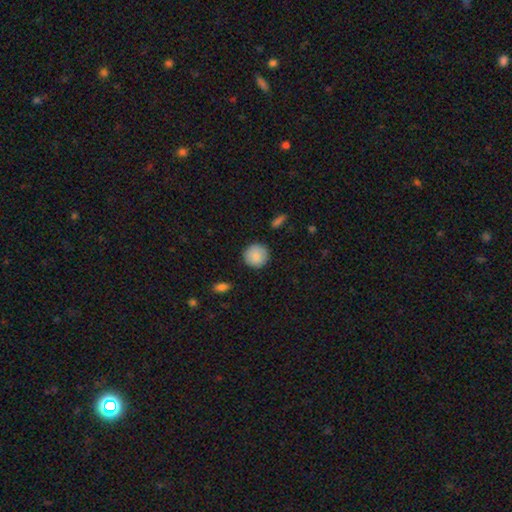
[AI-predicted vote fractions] Morphology: type=smooth (88%); roundness=round (94%); merging=none (89%).